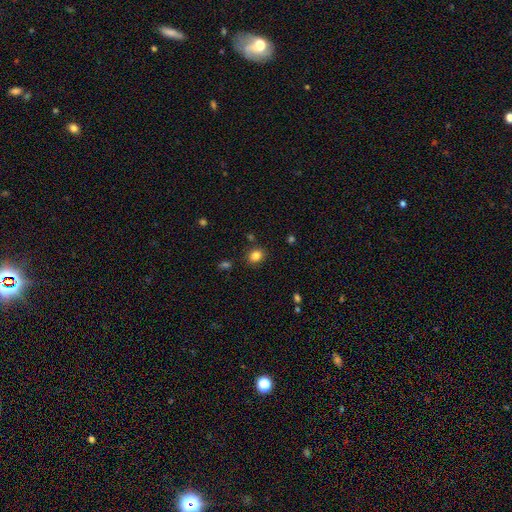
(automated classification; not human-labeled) Smooth or featured? Predicted: smooth (p=0.83). How rounded? Predicted: round (p=0.59). Merging? Predicted: none (p=0.85).